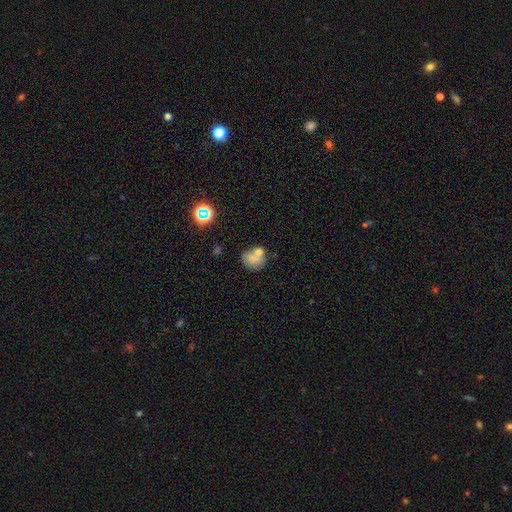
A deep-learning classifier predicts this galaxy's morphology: This appears to be a smooth galaxy with no disk features (72%) that is round (73%). Merging: none (48%).